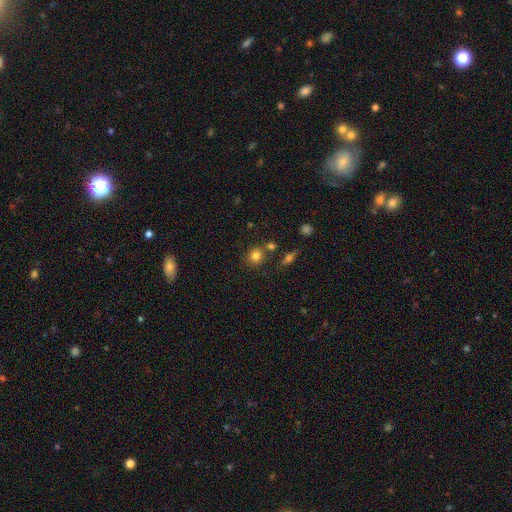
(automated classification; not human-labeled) Smooth or featured? smooth (80%)
How rounded? round (86%)
Merging? none (75%)